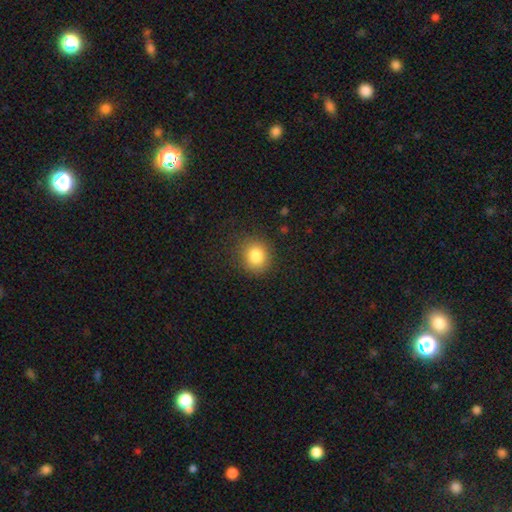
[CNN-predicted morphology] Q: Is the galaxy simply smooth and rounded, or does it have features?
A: smooth — 83%.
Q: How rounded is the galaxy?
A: round — 82%.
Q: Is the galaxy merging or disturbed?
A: none — 86%.